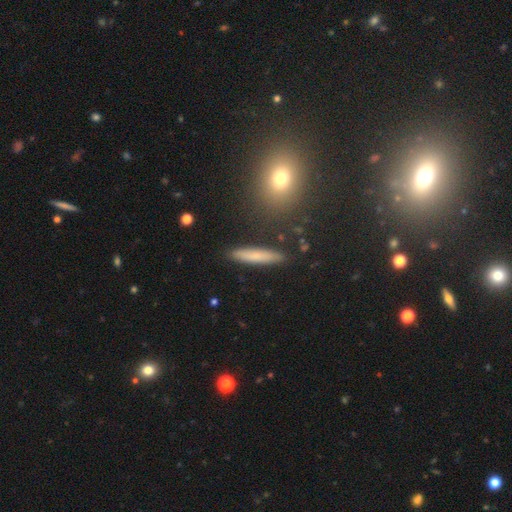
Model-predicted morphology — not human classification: smooth 71%, featured or disk 21%, star or artifact 7%. Down the decision tree: how rounded — cigar-shaped (92%); merging — none (88%).